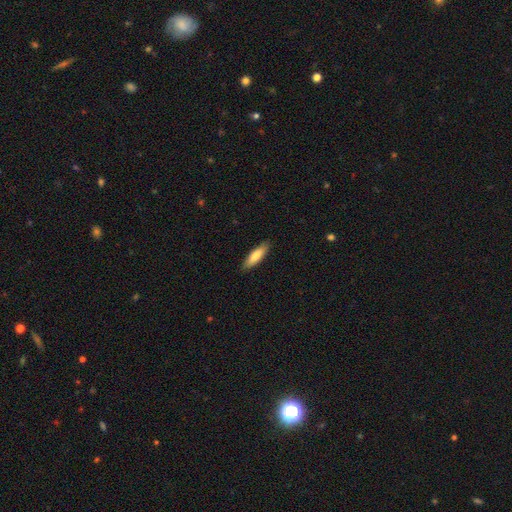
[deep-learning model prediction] This appears to be a smooth galaxy with no disk features (77%) that is cigar-shaped (60%). Merging: none (87%).